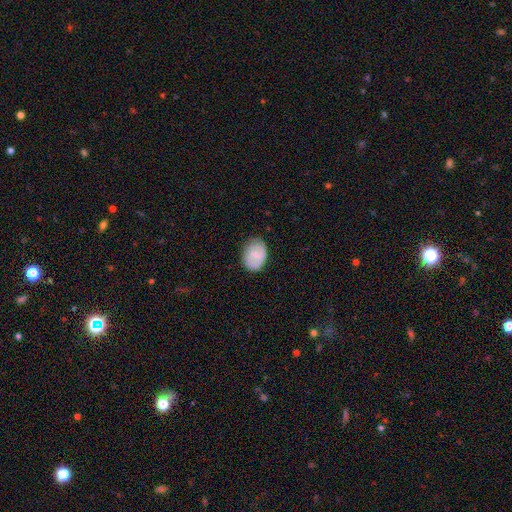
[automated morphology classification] This appears to be a smooth galaxy with no disk features (61%) that is in between round and cigar-shaped (69%). Merging: none (73%).